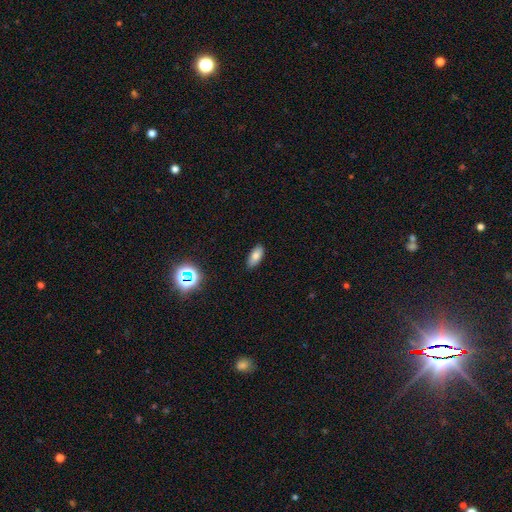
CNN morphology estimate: Smooth or featured? Predicted: smooth (p=0.80). How rounded? Predicted: in between (p=0.88). Merging? Predicted: none (p=0.88).